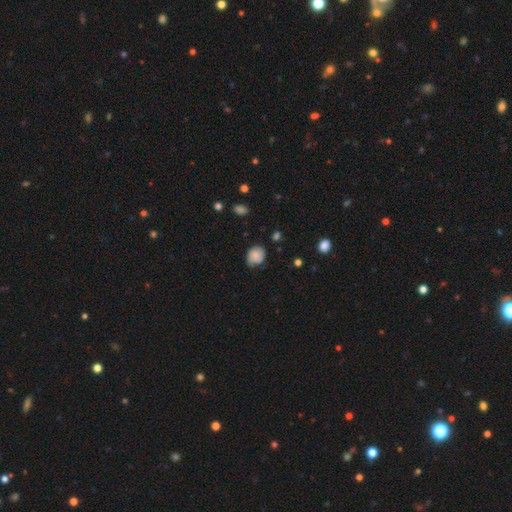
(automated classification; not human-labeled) Smooth or featured? smooth (72%)
How rounded? round (57%)
Merging? none (63%)